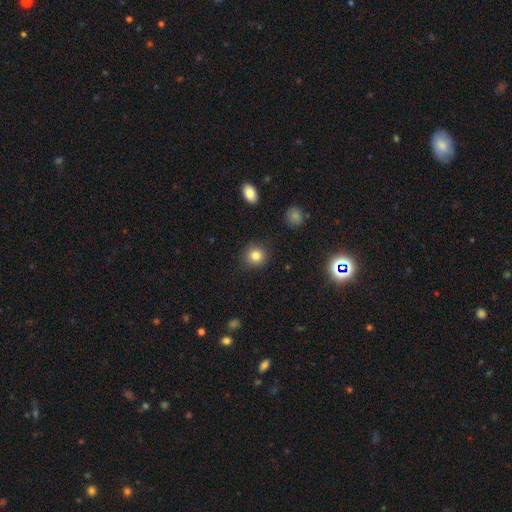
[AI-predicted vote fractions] A smooth galaxy with no disk features (82%) that is round (91%).

Vote fractions:
- Smooth or featured? smooth: 82% / star or artifact: 11% / featured or disk: 7%
- How rounded? round: 91% / in between: 8% / cigar-shaped: 1%
- Merging? none: 90% / minor disturbance: 7% / major disturbance: 2% / merger: 1%